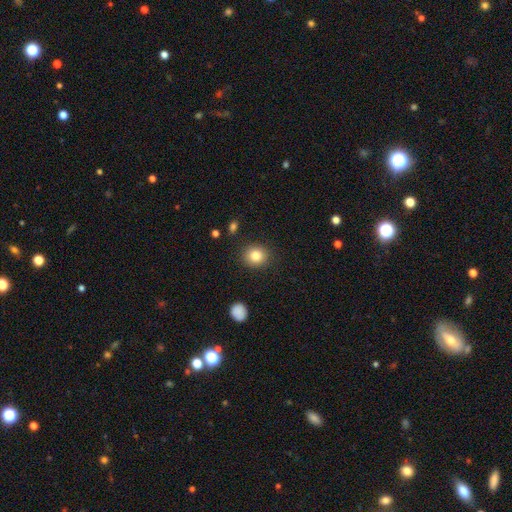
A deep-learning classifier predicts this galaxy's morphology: Q: Smooth or featured?
A: smooth (83%); runner-up: star or artifact (10%)
Q: How rounded?
A: round (82%); runner-up: in between (17%)
Q: Merging?
A: none (89%); runner-up: minor disturbance (7%)